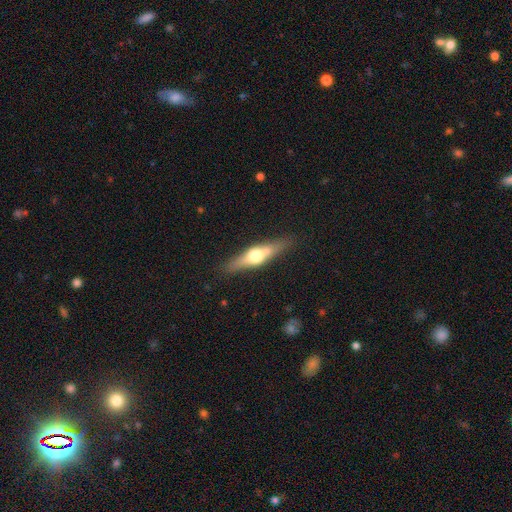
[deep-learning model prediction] A featured or disk galaxy (60%) viewed edge-on (92%) with a rounded central bulge (93%). Merging: none (81%).